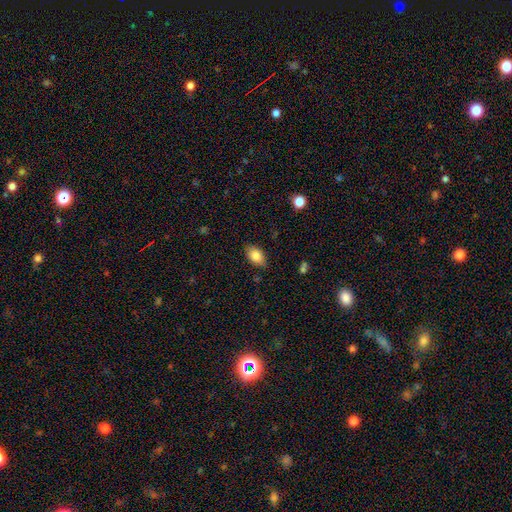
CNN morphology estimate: smooth-or-featured: smooth: 84% | featured or disk: 8% | star or artifact: 8%
  how-rounded: in between: 90% | round: 8% | cigar-shaped: 2%
  merging: none: 83% | minor disturbance: 13% | major disturbance: 3% | merger: 1%